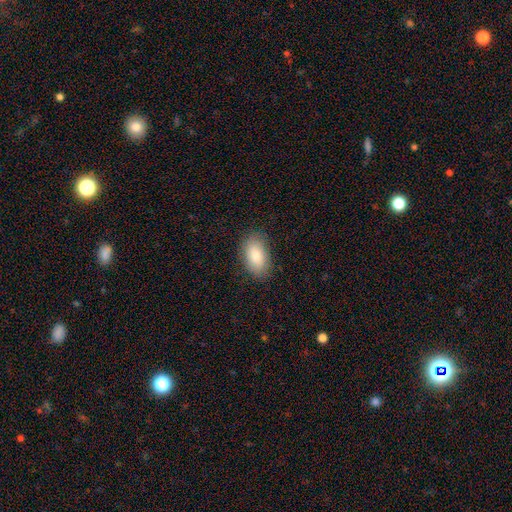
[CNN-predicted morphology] Q: Smooth or featured?
A: smooth (82%); runner-up: featured or disk (11%)
Q: How rounded?
A: in between (93%); runner-up: round (5%)
Q: Merging?
A: none (85%); runner-up: minor disturbance (11%)